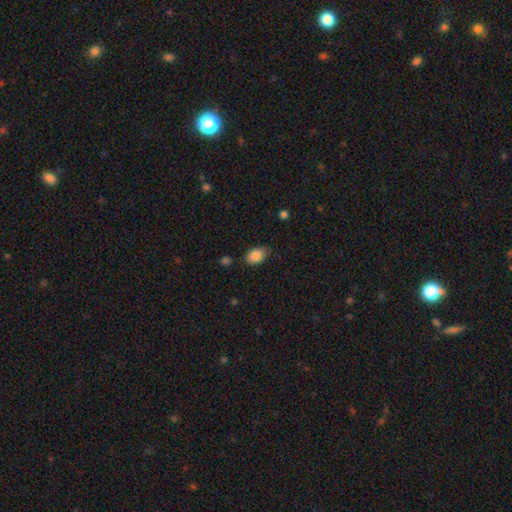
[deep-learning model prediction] This is clearly a smooth galaxy (87%). How rounded: clearly in between (83%). Merging: likely none (74%).